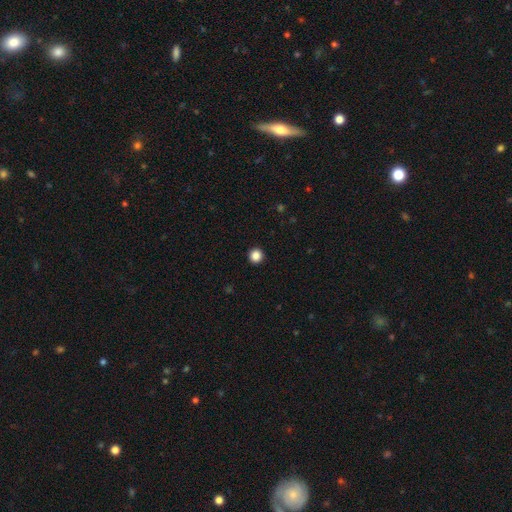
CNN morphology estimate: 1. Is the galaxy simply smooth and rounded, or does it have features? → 87% smooth, 10% star or artifact, 3% featured or disk.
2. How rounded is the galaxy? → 95% round, 4% in between, 1% cigar-shaped.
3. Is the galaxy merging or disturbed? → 94% none, 4% minor disturbance, 1% major disturbance, 1% merger.